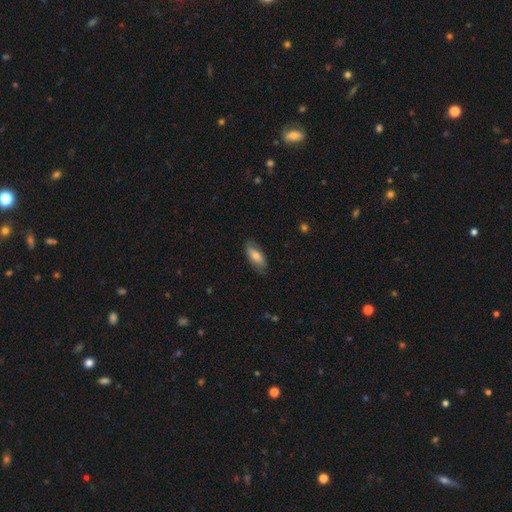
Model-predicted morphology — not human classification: The model was most divided on "smooth or featured": smooth: 67%, featured or disk: 27%, star or artifact: 6%. More confident: how rounded — in between (83%); merging — none (78%).